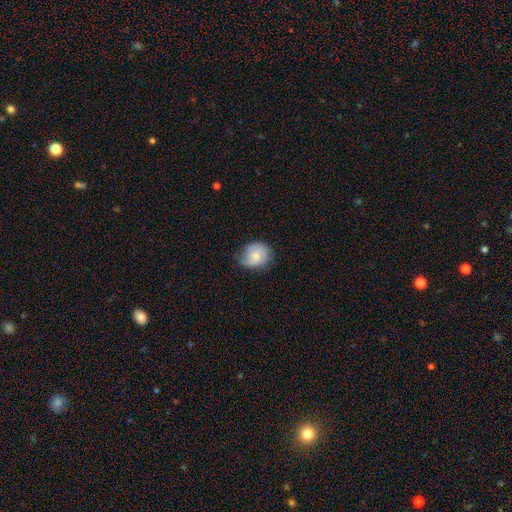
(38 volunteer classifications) smooth 47% (tied), featured or disk 47% (tied), star or artifact 5%. Down the decision tree: how rounded — round (56%); merging — none (72%).